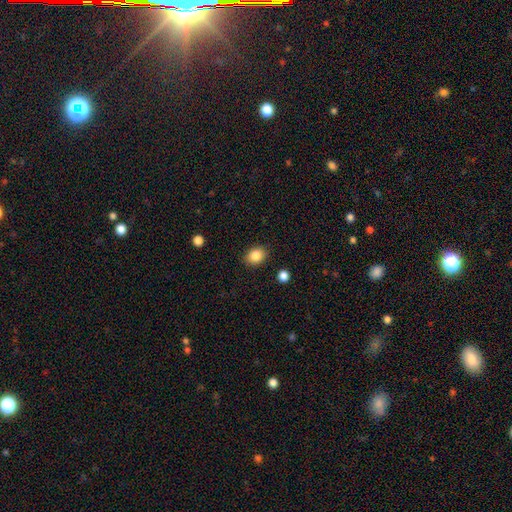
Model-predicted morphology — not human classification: This appears to be a smooth galaxy with no disk features (86%) that is in between round and cigar-shaped (55%). Merging: none (88%).